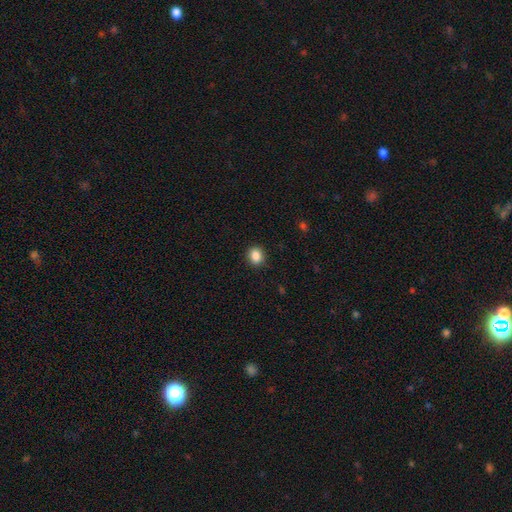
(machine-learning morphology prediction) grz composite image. It shows a smooth galaxy with no disk features (87%) that is round (71%). Merging: none (90%).